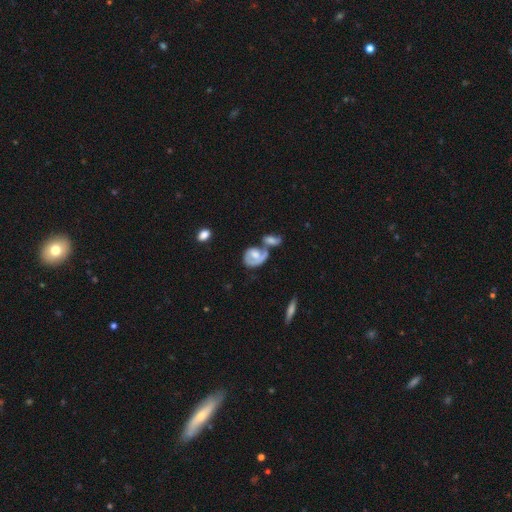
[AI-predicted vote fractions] Morphology: type=featured or disk (52%); edge-on=no (95%); merging=merger (49%).